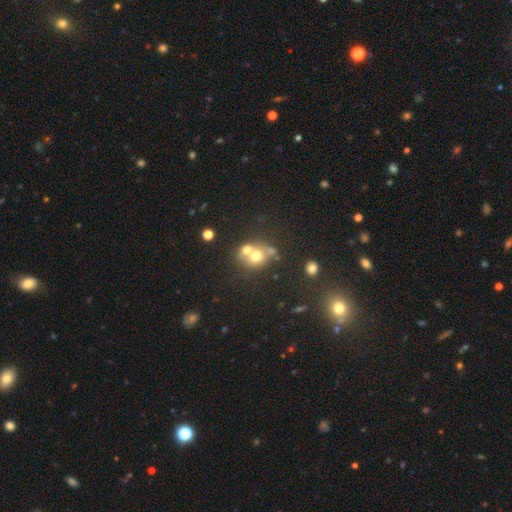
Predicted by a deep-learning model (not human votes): Smooth or featured? Predicted: smooth (p=0.62). How rounded? Predicted: round (p=0.73). Merging? Predicted: merger (p=0.51).